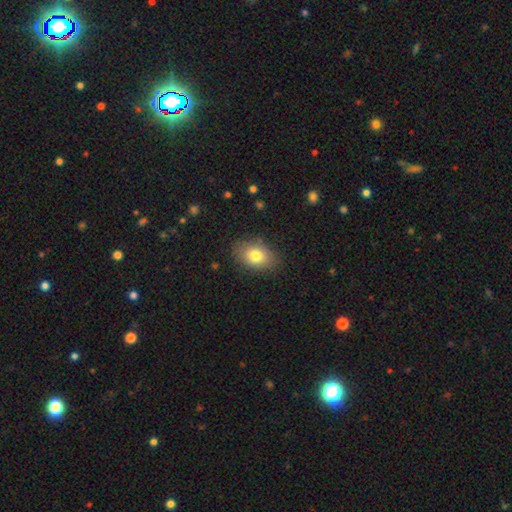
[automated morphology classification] This is likely a smooth galaxy (78%). How rounded: likely in between (79%). Merging: clearly none (84%).